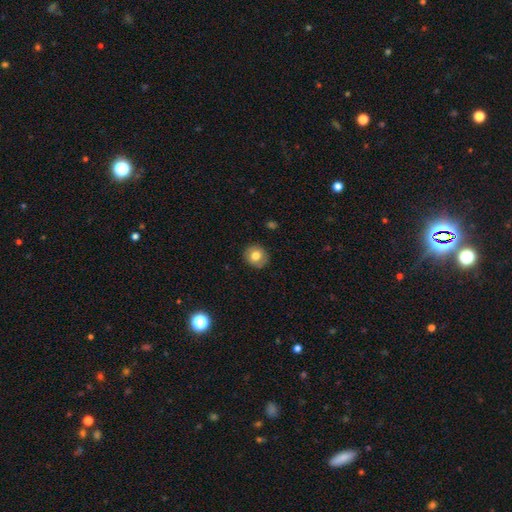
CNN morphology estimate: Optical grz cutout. It shows a smooth galaxy with no disk features (75%) that is round (84%). Merging: none (85%).